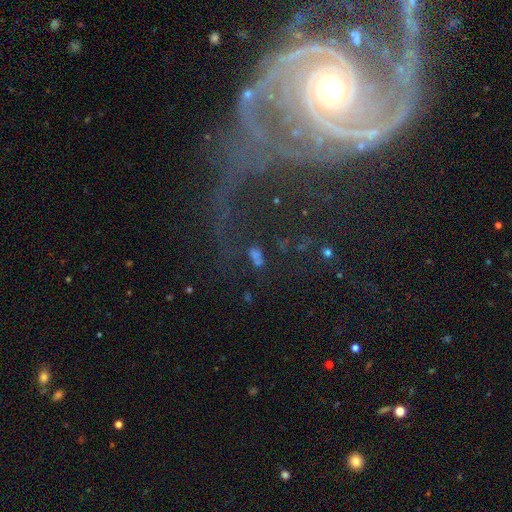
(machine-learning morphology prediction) Smooth or featured?
  - star or artifact: 45% *
  - smooth: 37%
  - featured or disk: 18%